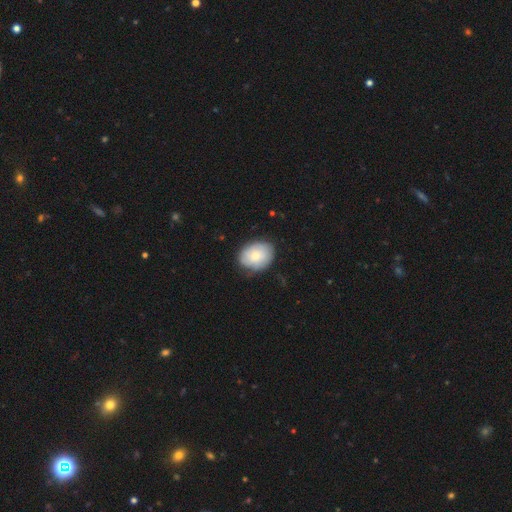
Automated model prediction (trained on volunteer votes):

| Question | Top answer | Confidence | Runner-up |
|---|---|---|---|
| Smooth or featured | smooth | 70% | featured or disk (24%) |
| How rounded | in between | 61% | round (38%) |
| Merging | none | 76% | minor disturbance (19%) |